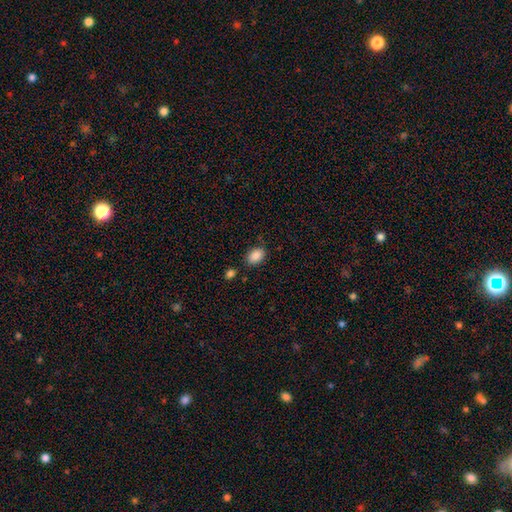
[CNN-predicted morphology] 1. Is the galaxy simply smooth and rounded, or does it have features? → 89% smooth, 8% star or artifact, 3% featured or disk.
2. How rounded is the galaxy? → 81% in between, 18% round, 1% cigar-shaped.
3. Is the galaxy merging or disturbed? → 80% none, 13% minor disturbance, 4% merger, 3% major disturbance.